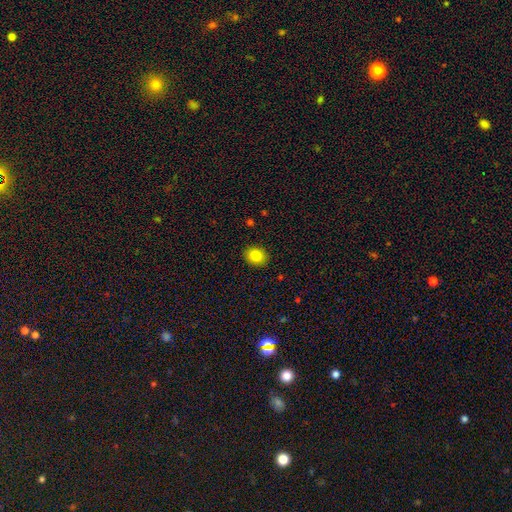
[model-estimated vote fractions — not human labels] Smooth or featured?
  - smooth: 86% *
  - star or artifact: 9%
  - featured or disk: 5%
How rounded?
  - round: 52% *
  - in between: 47%
  - cigar-shaped: 1%
Merging?
  - none: 89% *
  - minor disturbance: 8%
  - major disturbance: 2%
  - merger: 1%